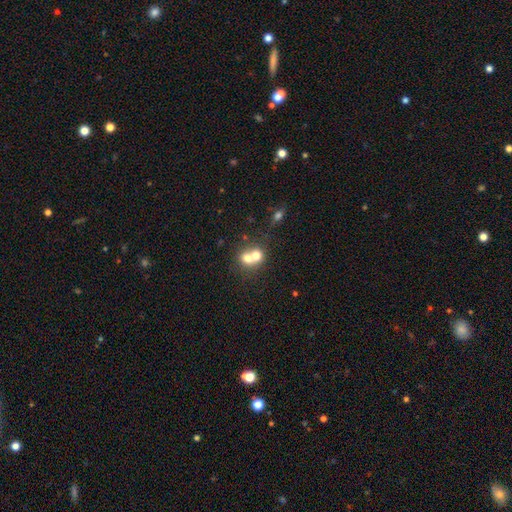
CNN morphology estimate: Smooth or featured: smooth — 68% (featured or disk — 21%)
How rounded: round — 72% (in between — 27%)
Merging: merger — 68% (none — 25%)